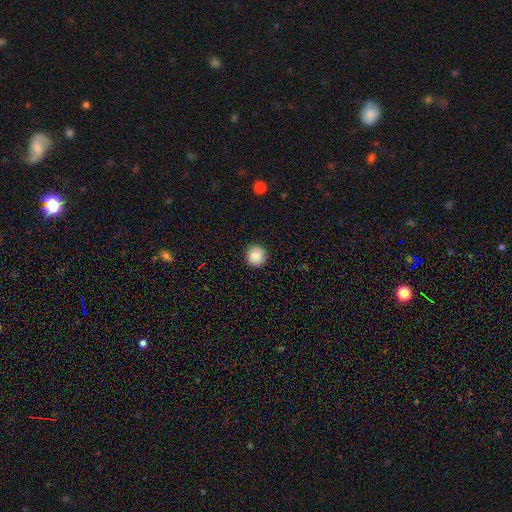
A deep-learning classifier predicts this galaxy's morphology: Smooth or featured: smooth — 88% (star or artifact — 9%)
How rounded: round — 93% (in between — 6%)
Merging: none — 90% (minor disturbance — 7%)